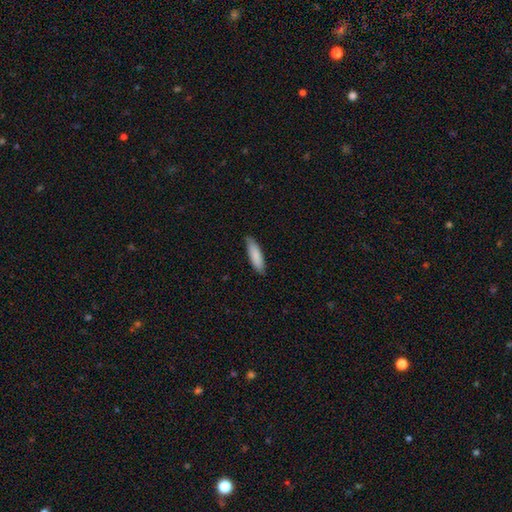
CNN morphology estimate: The model was most divided on "how rounded": cigar-shaped: 62%, in between: 37%, round: 1%. More confident: smooth or featured — smooth (85%); merging — none (83%).